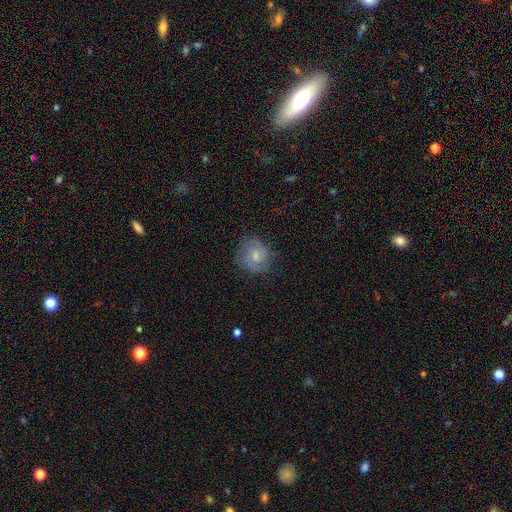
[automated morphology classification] Q: Smooth or featured?
A: smooth (55%); runner-up: featured or disk (38%)
Q: How rounded?
A: round (79%); runner-up: in between (20%)
Q: Merging?
A: none (72%); runner-up: minor disturbance (20%)